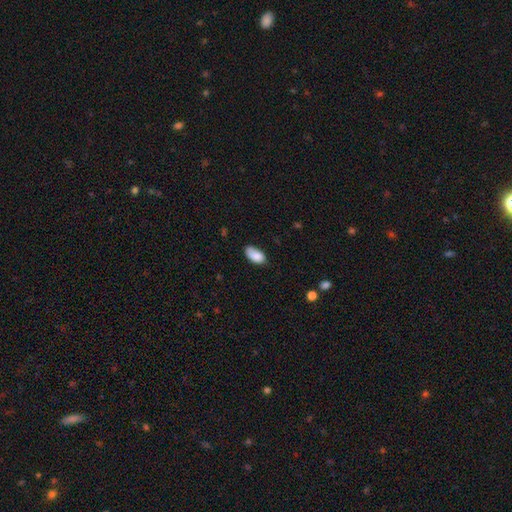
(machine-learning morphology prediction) type=smooth (84%); roundness=in between (94%); merging=none (63%).